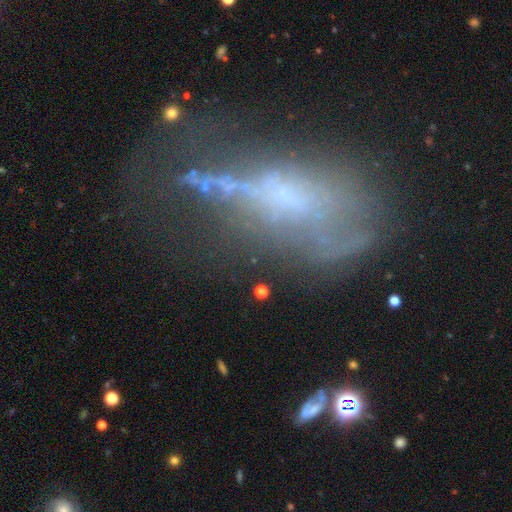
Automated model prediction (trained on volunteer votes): Smooth or featured? featured or disk (52%)
Edge-on disk? no (73%)
Merging? major disturbance (39%)